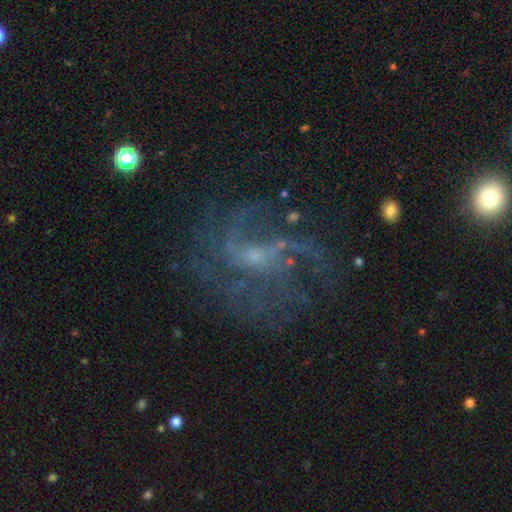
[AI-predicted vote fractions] This appears to be a featured or disk galaxy (77%) with no bar (52%), medium (41%) spiral arms (86%) and a small central bulge (68%). Merging: none (57%).